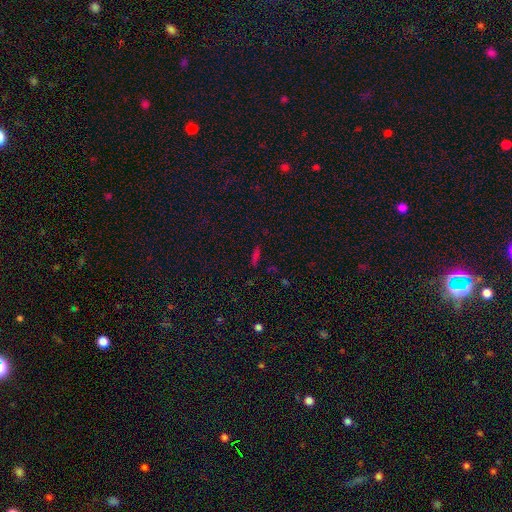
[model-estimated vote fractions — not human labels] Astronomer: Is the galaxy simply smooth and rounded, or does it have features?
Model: smooth — 61%.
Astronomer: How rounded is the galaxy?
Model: cigar-shaped — 72%.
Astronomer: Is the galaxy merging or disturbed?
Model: none — 83%.